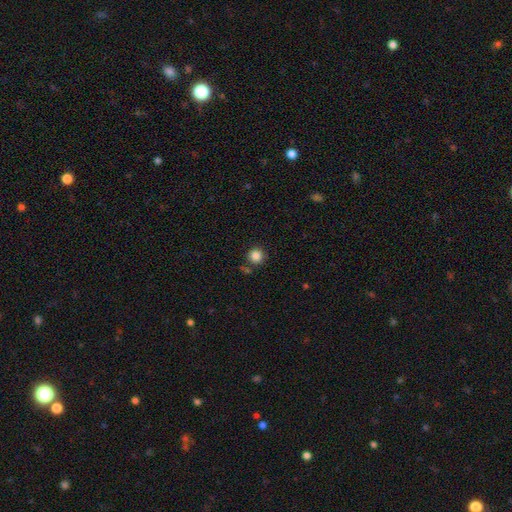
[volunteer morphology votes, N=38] Smooth or featured? smooth (97%)
How rounded? round (97%)
Merging? none (78%)